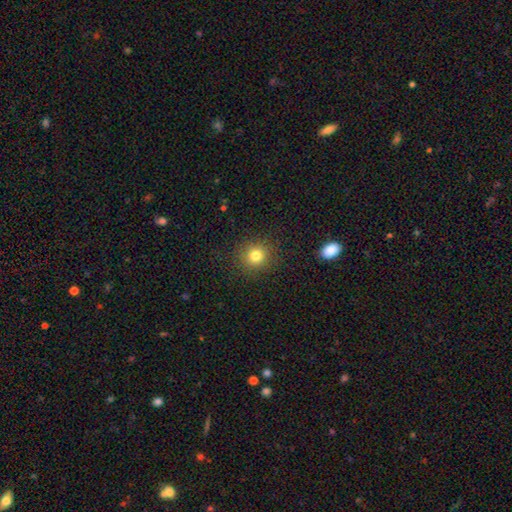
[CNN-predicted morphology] Overall: smooth (80%). How rounded: round (91%). Merging: none (90%).